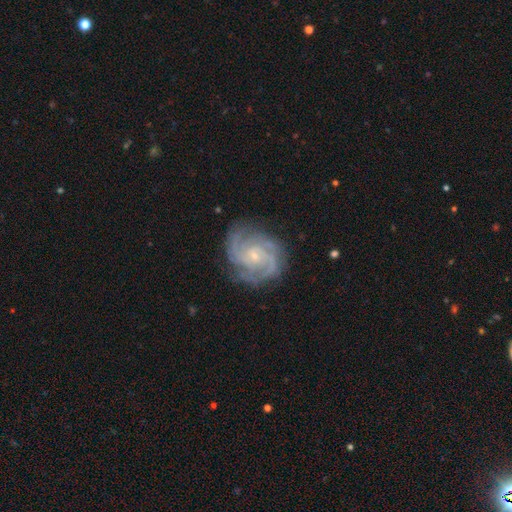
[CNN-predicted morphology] The model was most divided on "spiral arm count": 3: 37%, 2: 25%, 4: 13%, can't tell: 13%, more than 4: 6%, 1: 6%. More confident: spiral arms — yes (98%); edge-on disk — no (98%); smooth or featured — featured or disk (89%); merging — none (80%); bulge size — small (75%); bar — no (68%); spiral winding — tight (55%).